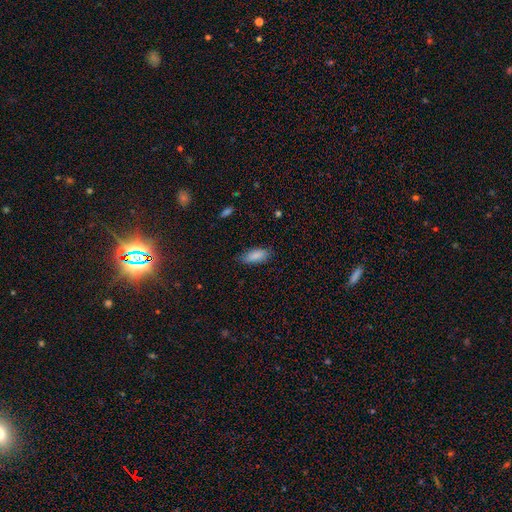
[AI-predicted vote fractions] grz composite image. It shows a smooth galaxy with no disk features (85%) that is in between round and cigar-shaped (85%). Merging: none (74%).